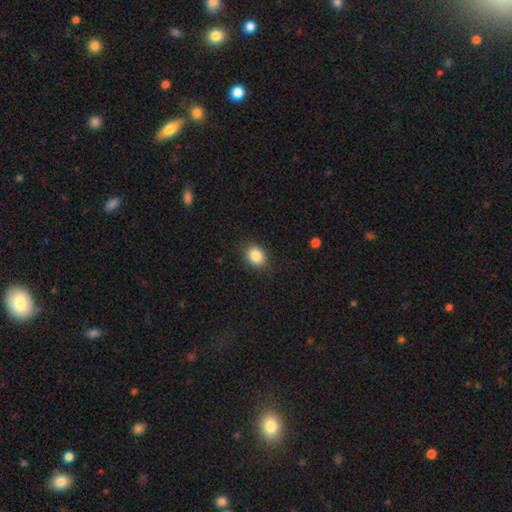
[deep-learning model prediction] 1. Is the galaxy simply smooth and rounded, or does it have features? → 86% smooth, 9% star or artifact, 5% featured or disk.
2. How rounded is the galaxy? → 58% in between, 41% round, 1% cigar-shaped.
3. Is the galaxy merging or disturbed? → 85% none, 11% minor disturbance, 3% major disturbance, 1% merger.